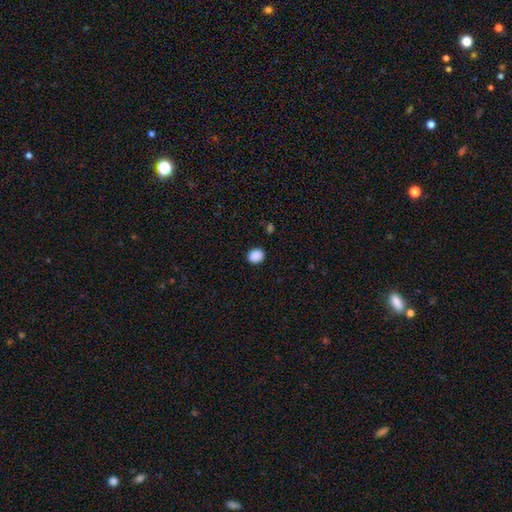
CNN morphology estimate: The model was most divided on "how rounded": round: 65%, in between: 34%, cigar-shaped: 1%. More confident: merging — none (90%); smooth or featured — smooth (89%).